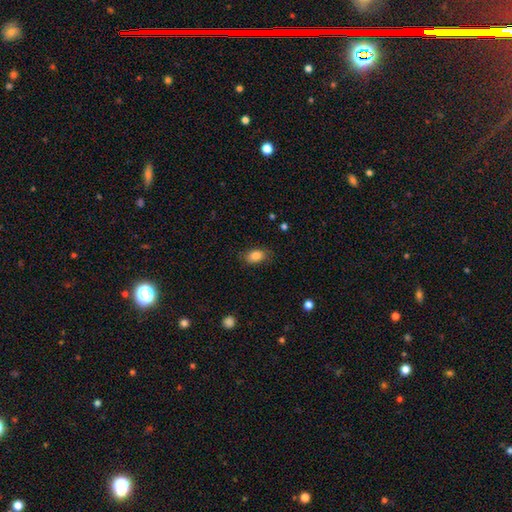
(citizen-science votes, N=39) Morphology: type=smooth (95%); roundness=in between (84%); merging=none (79%).